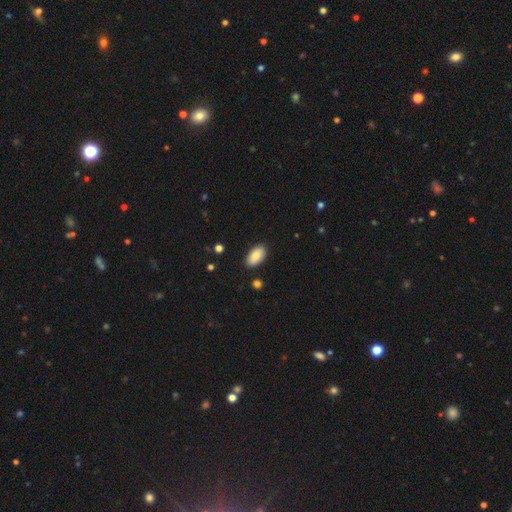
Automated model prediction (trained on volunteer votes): This appears to be a smooth galaxy with no disk features (86%) that is in between round and cigar-shaped (95%). Merging: none (88%).